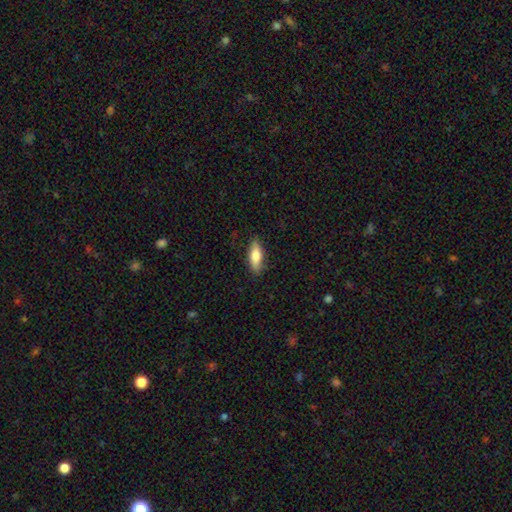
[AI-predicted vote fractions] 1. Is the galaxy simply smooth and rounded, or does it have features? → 73% smooth, 22% featured or disk, 6% star or artifact.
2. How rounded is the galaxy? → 62% in between, 35% cigar-shaped, 3% round.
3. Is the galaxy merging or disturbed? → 83% none, 13% minor disturbance, 3% major disturbance, 1% merger.